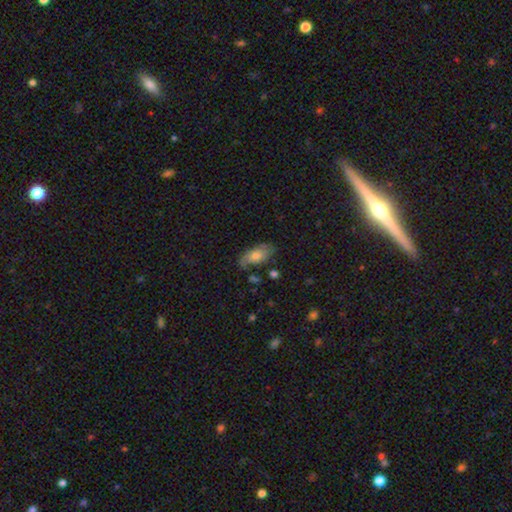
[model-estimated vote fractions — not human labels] The model was most divided on "smooth or featured": smooth: 63%, featured or disk: 29%, star or artifact: 7%. More confident: how rounded — in between (87%); merging — none (65%).